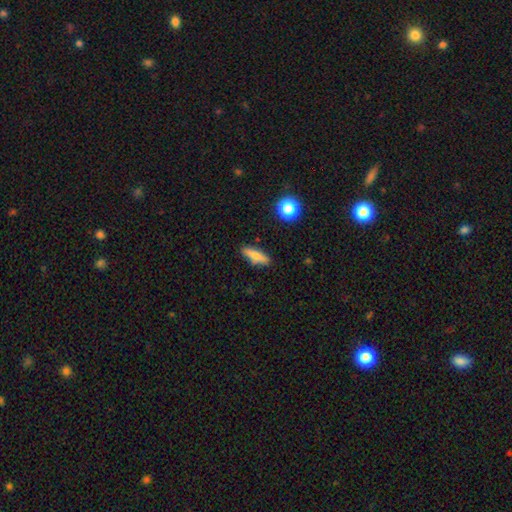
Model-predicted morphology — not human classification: Smooth or featured? smooth (74%)
How rounded? cigar-shaped (61%)
Merging? none (84%)